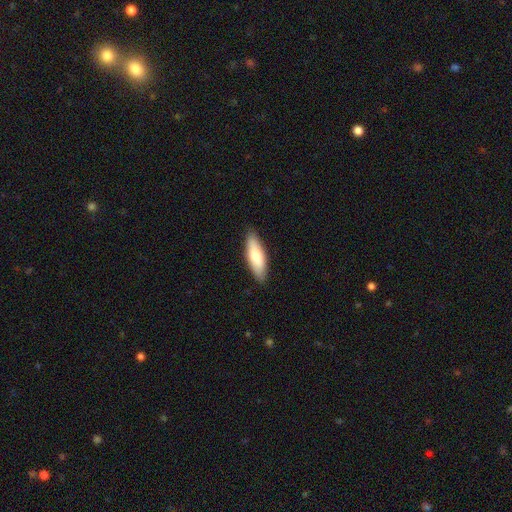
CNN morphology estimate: A smooth galaxy with no disk features (74%) that is in between round and cigar-shaped (51%). Merging: none (88%).